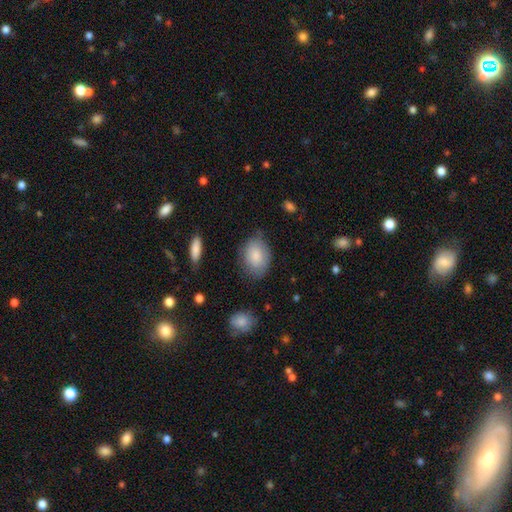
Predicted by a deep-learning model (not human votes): Smooth or featured?
  - smooth: 84% *
  - featured or disk: 10%
  - star or artifact: 6%
How rounded?
  - in between: 75% *
  - round: 23%
  - cigar-shaped: 1%
Merging?
  - none: 73% *
  - minor disturbance: 20%
  - major disturbance: 5%
  - merger: 2%